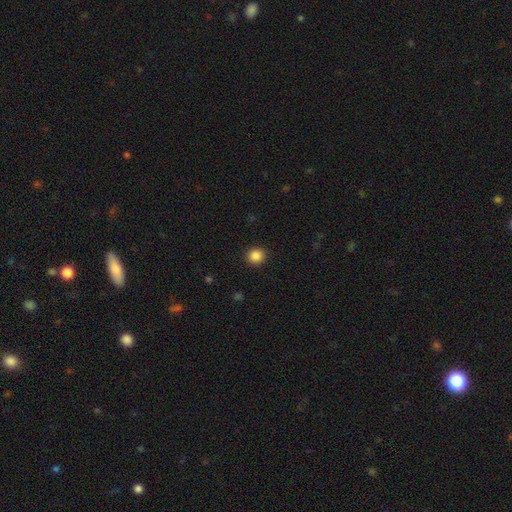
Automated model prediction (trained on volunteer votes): This appears to be a smooth galaxy with no disk features (87%) that is round (89%). Merging: none (92%).